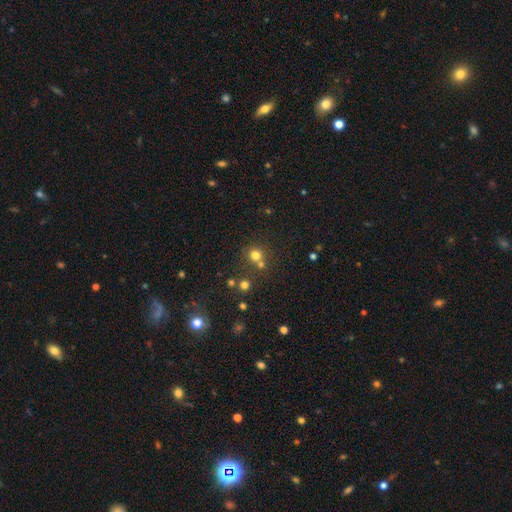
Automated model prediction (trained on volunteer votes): Q: Smooth or featured?
A: smooth (72%); runner-up: star or artifact (20%)
Q: How rounded?
A: round (86%); runner-up: in between (13%)
Q: Merging?
A: none (60%); runner-up: merger (29%)